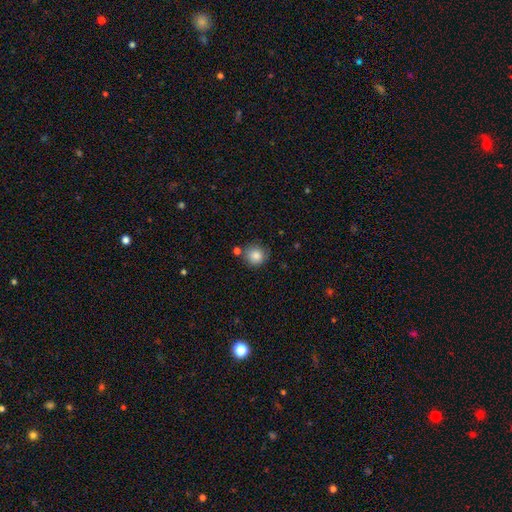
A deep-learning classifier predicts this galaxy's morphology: Smooth or featured: smooth — 85% (star or artifact — 9%)
How rounded: round — 92% (in between — 7%)
Merging: none — 77% (minor disturbance — 12%)